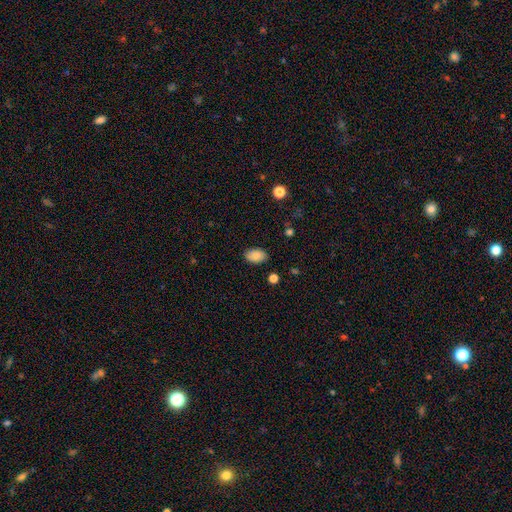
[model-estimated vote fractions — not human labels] smooth 85%, star or artifact 8%, featured or disk 7%. Down the decision tree: how rounded — in between (90%); merging — none (85%).